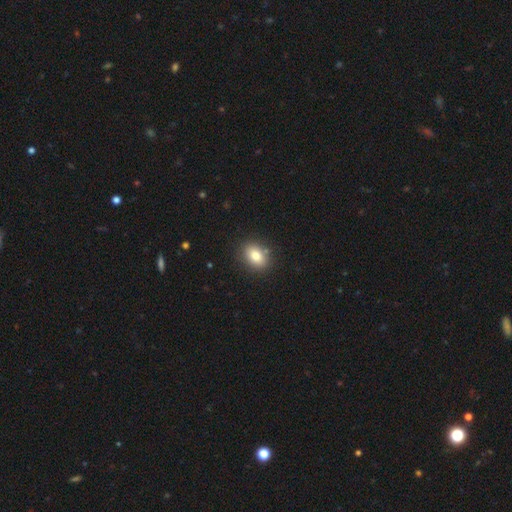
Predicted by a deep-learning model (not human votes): Smooth or featured?
  - smooth: 81% *
  - featured or disk: 10%
  - star or artifact: 9%
How rounded?
  - in between: 70% *
  - round: 28%
  - cigar-shaped: 1%
Merging?
  - none: 85% *
  - minor disturbance: 10%
  - major disturbance: 3%
  - merger: 2%